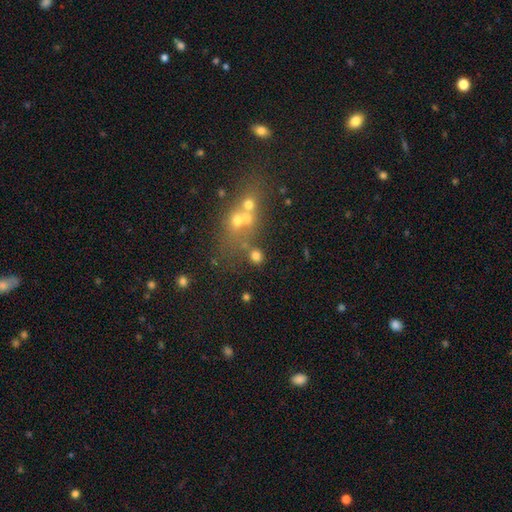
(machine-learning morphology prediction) This is likely a smooth galaxy (68%). How rounded: likely round (79%). Merging: possibly none (59%).